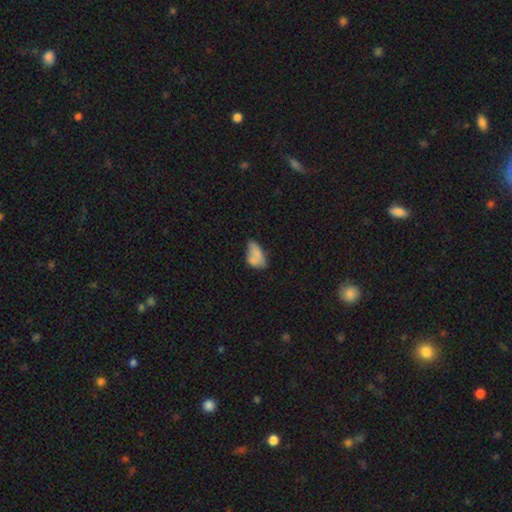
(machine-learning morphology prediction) Smooth or featured?
  - smooth: 73% *
  - featured or disk: 18%
  - star or artifact: 9%
How rounded?
  - in between: 90% *
  - round: 6%
  - cigar-shaped: 4%
Merging?
  - none: 34% *
  - minor disturbance: 30%
  - merger: 21%
  - major disturbance: 14%